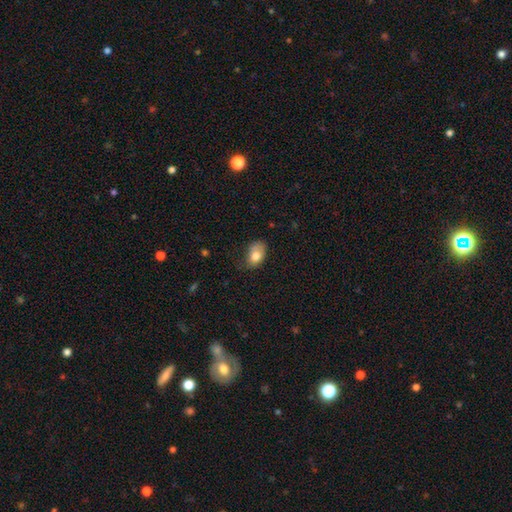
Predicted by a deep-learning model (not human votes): smooth_or_featured: smooth (p=0.79) [alt: featured or disk p=0.13]
how_rounded: in between (p=0.84) [alt: round p=0.15]
merging: none (p=0.43) [alt: minor disturbance p=0.40]